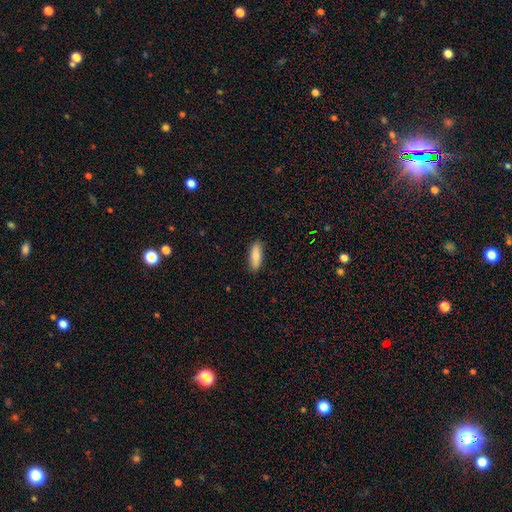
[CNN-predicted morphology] Smooth or featured? Predicted: smooth (p=0.85). How rounded? Predicted: in between (p=0.56). Merging? Predicted: none (p=0.88).